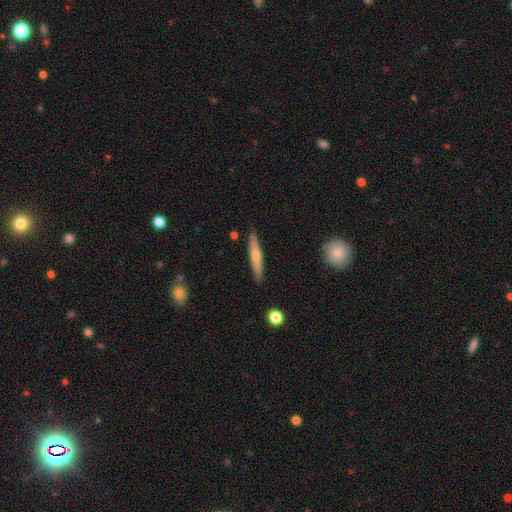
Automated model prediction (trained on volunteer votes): Smooth or featured?
  - featured or disk: 54% *
  - smooth: 40%
  - star or artifact: 7%
Edge-on disk?
  - yes: 94% *
  - no: 6%
Edge-on bulge?
  - rounded: 81% *
  - none: 15%
  - boxy: 3%
Merging?
  - none: 90% *
  - minor disturbance: 8%
  - major disturbance: 1%
  - merger: 1%